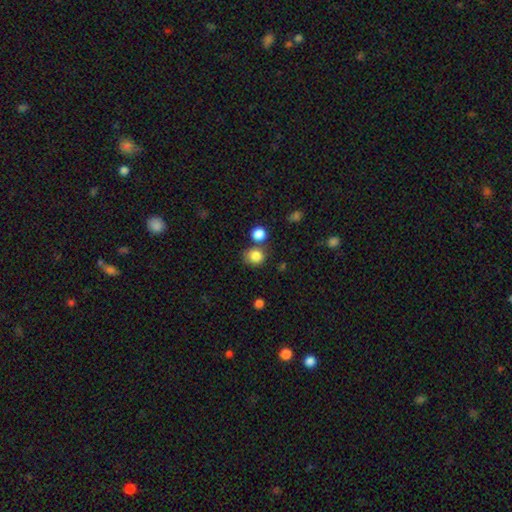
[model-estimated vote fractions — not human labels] A smooth galaxy with no disk features (84%) that is round (83%).

Vote fractions:
- Smooth or featured? smooth: 84% / star or artifact: 11% / featured or disk: 5%
- How rounded? round: 83% / in between: 16% / cigar-shaped: 1%
- Merging? none: 69% / merger: 16% / minor disturbance: 11% / major disturbance: 4%